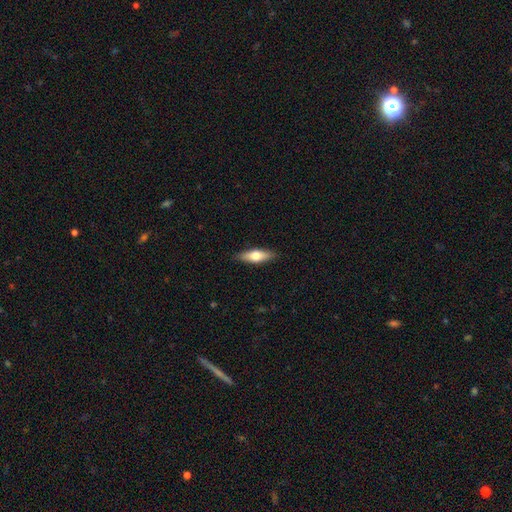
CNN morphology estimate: Smooth or featured? Predicted: smooth (p=0.60). How rounded? Predicted: in between (p=0.52). Merging? Predicted: none (p=0.88).